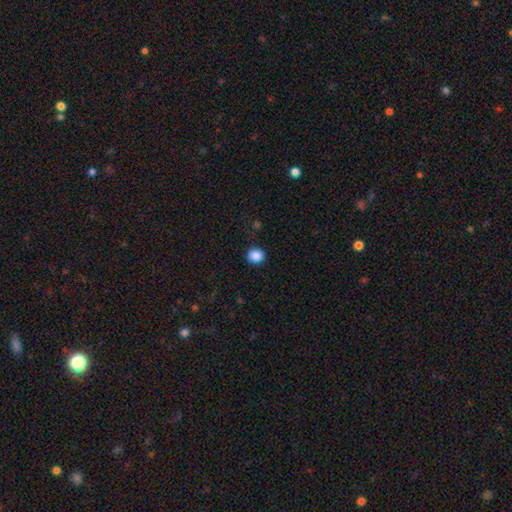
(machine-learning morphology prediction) smooth_or_featured: smooth (p=0.88) [alt: star or artifact p=0.10]
how_rounded: round (p=0.86) [alt: in between p=0.13]
merging: none (p=0.90) [alt: minor disturbance p=0.07]